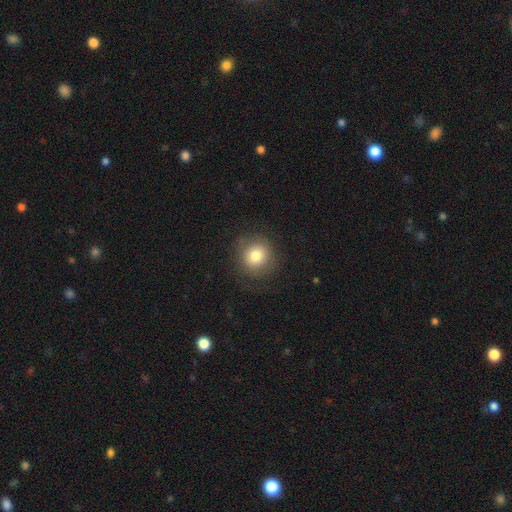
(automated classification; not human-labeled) smooth-or-featured: smooth: 79% | featured or disk: 11% | star or artifact: 10%
  how-rounded: round: 90% | in between: 9% | cigar-shaped: 1%
  merging: none: 83% | minor disturbance: 11% | major disturbance: 5% | merger: 1%